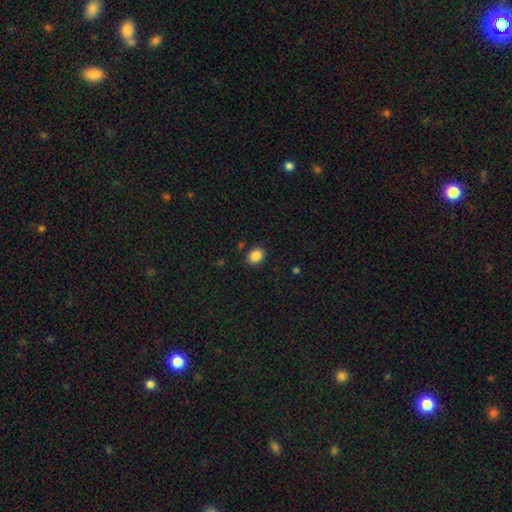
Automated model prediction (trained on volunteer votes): Smooth or featured? Predicted: smooth (p=0.87). How rounded? Predicted: in between (p=0.52). Merging? Predicted: none (p=0.87).